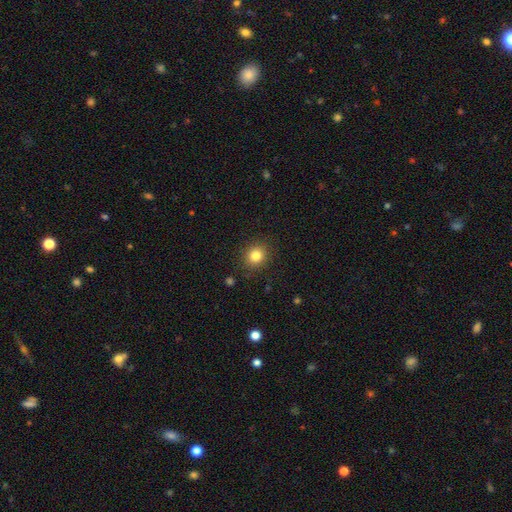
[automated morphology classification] smooth 83%, star or artifact 11%, featured or disk 6%. Down the decision tree: how rounded — round (79%); merging — none (88%).